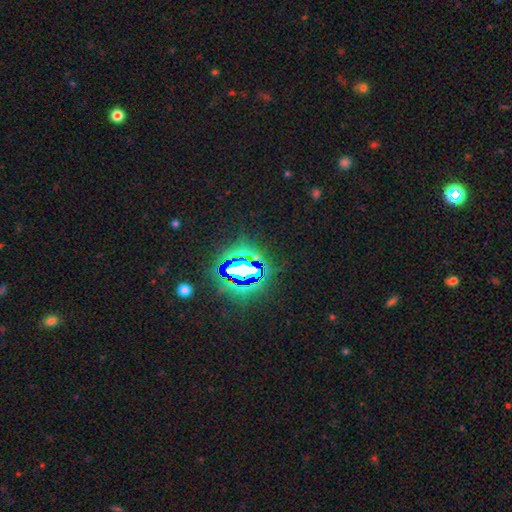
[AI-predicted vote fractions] A star or artifact, not a galaxy (85%).